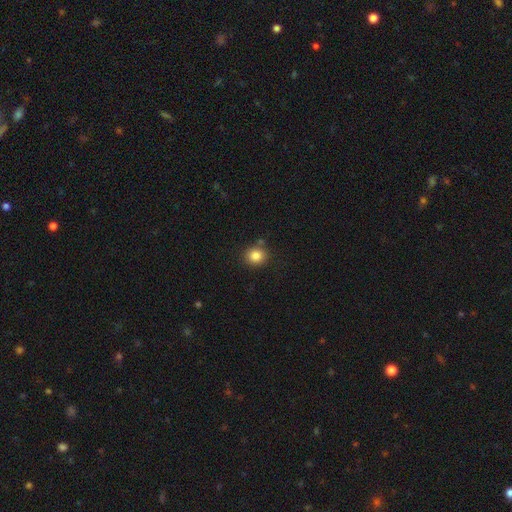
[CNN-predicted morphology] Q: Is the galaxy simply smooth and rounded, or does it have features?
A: smooth — 84%.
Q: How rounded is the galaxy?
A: round — 81%.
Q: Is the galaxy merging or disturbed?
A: none — 80%.